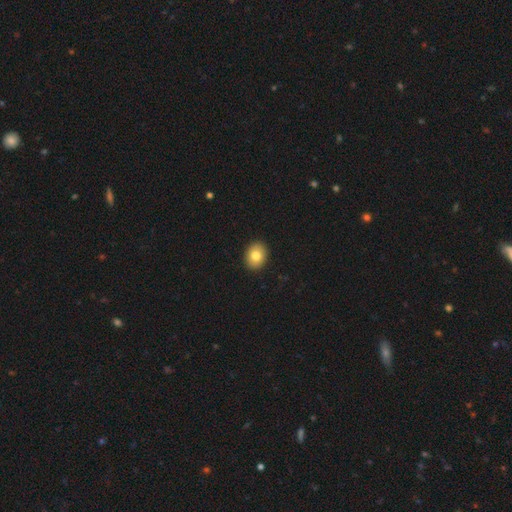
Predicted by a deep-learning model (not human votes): Smooth or featured? smooth (81%)
How rounded? in between (59%)
Merging? none (92%)